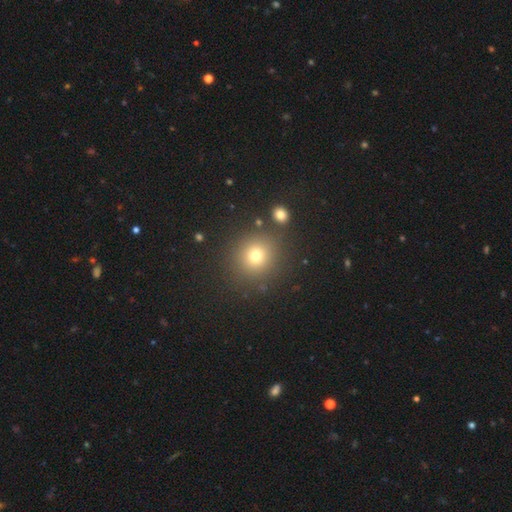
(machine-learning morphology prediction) A smooth galaxy with no disk features (73%) that is round (89%).

Vote fractions:
- Smooth or featured? smooth: 73% / star or artifact: 18% / featured or disk: 9%
- How rounded? round: 89% / in between: 10% / cigar-shaped: 1%
- Merging? none: 85% / minor disturbance: 7% / merger: 5% / major disturbance: 3%